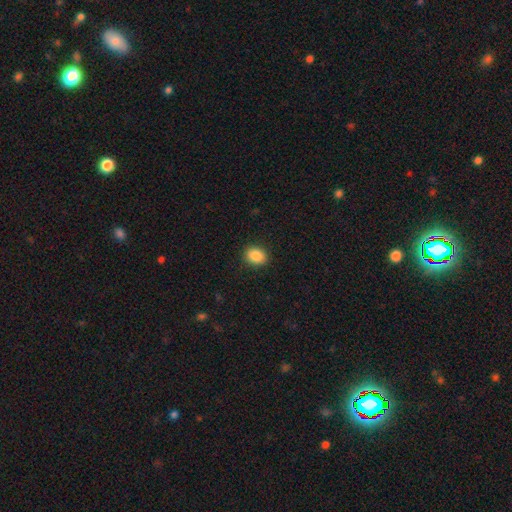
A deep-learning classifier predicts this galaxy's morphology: smooth_or_featured: smooth (p=0.88) [alt: star or artifact p=0.09]
how_rounded: round (p=0.50) [alt: in between p=0.49]
merging: none (p=0.90) [alt: minor disturbance p=0.07]